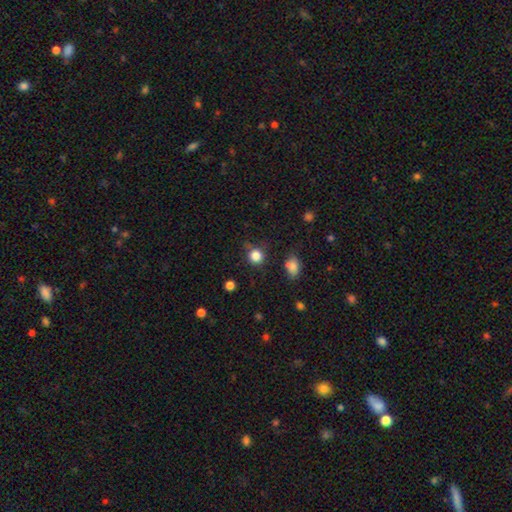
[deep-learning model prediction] smooth_or_featured: smooth (p=0.83) [alt: star or artifact p=0.12]
how_rounded: round (p=0.87) [alt: in between p=0.12]
merging: none (p=0.73) [alt: minor disturbance p=0.18]